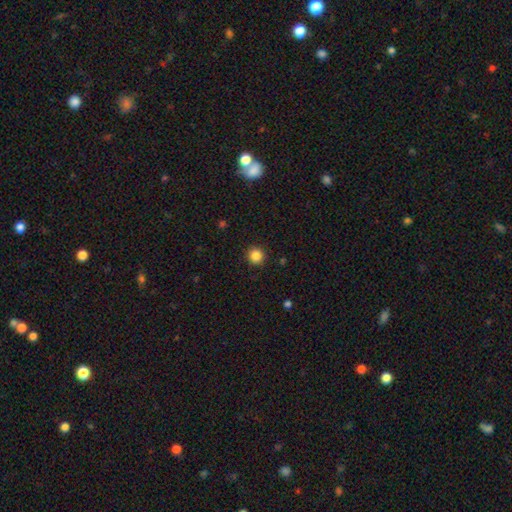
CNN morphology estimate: Smooth or featured? Predicted: smooth (p=0.85). How rounded? Predicted: round (p=0.94). Merging? Predicted: none (p=0.91).